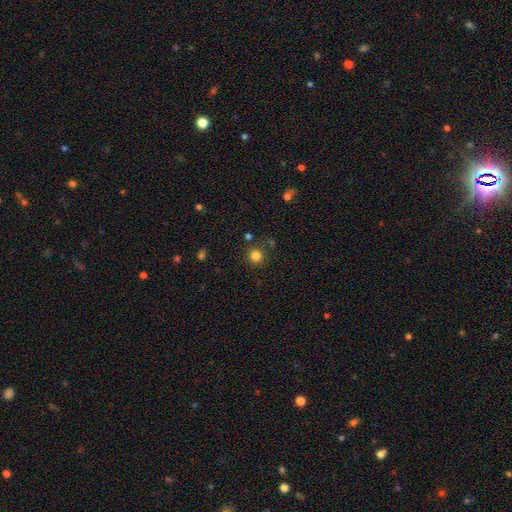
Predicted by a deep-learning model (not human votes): smooth 82%, star or artifact 14%, featured or disk 5%. Down the decision tree: how rounded — round (92%); merging — none (84%).